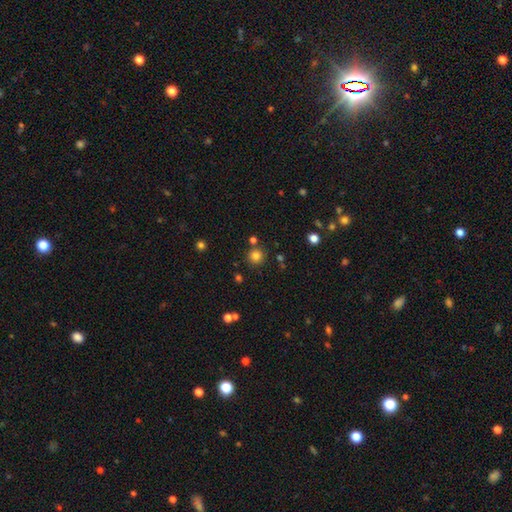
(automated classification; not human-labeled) Overall: smooth (80%). How rounded: round (94%). Merging: none (83%).